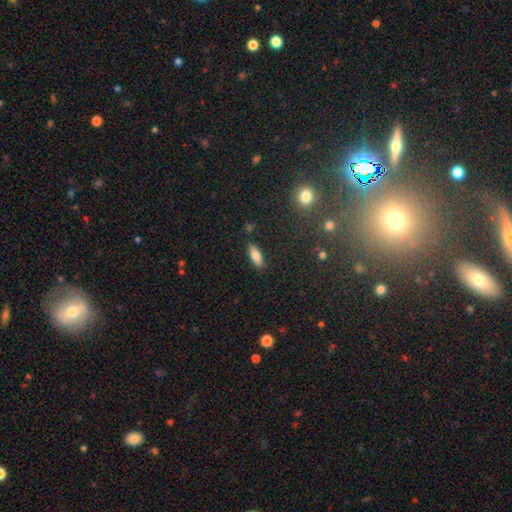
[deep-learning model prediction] smooth_or_featured: smooth (p=0.80) [alt: featured or disk p=0.12]
how_rounded: in between (p=0.71) [alt: cigar-shaped p=0.27]
merging: none (p=0.87) [alt: minor disturbance p=0.09]